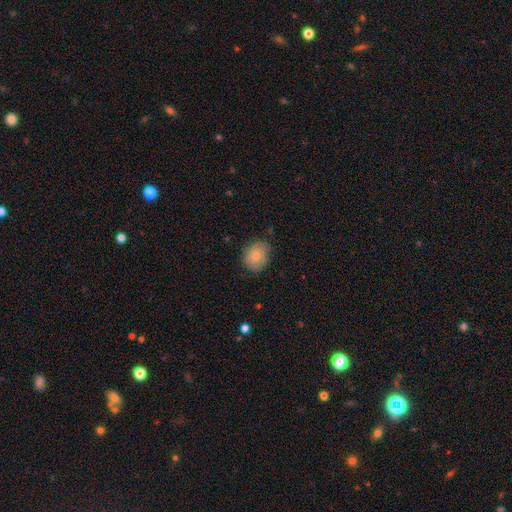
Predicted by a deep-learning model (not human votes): A smooth galaxy with no disk features (78%) that is round (55%).

Vote fractions:
- Smooth or featured? smooth: 78% / featured or disk: 15% / star or artifact: 7%
- How rounded? round: 55% / in between: 44% / cigar-shaped: 1%
- Merging? none: 69% / minor disturbance: 24% / major disturbance: 5% / merger: 1%